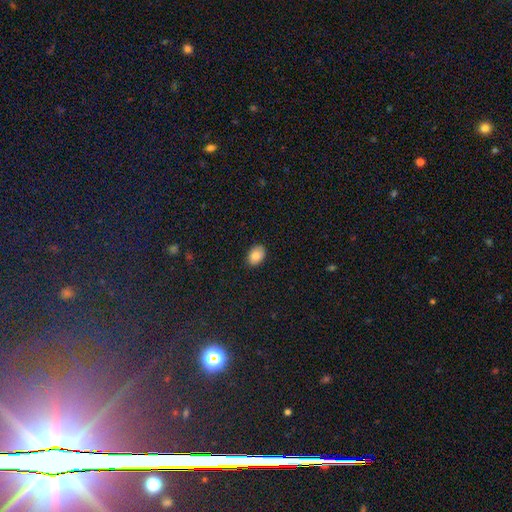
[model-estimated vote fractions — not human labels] Morphology: type=smooth (85%); roundness=in between (84%); merging=none (88%).